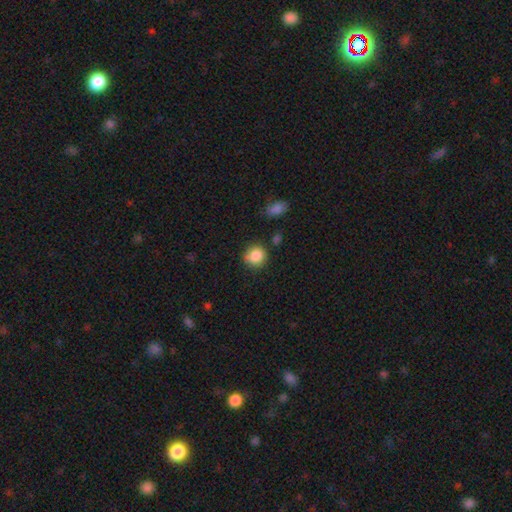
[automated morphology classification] This is clearly a smooth galaxy (86%). How rounded: clearly round (88%). Merging: likely none (80%).